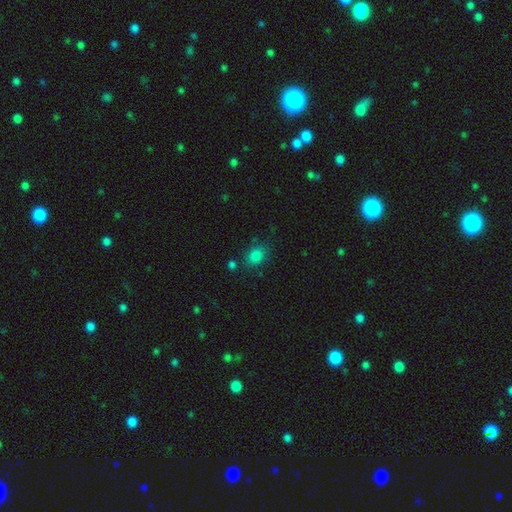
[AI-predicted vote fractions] Smooth or featured: smooth — 82% (star or artifact — 13%)
How rounded: in between — 56% (round — 43%)
Merging: none — 76% (minor disturbance — 14%)